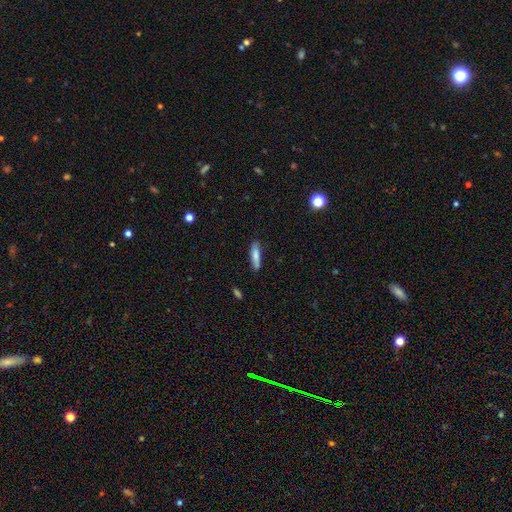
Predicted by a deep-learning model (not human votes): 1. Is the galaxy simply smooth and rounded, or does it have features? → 77% smooth, 16% featured or disk, 7% star or artifact.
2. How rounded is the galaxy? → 76% cigar-shaped, 22% in between, 2% round.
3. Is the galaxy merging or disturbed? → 82% none, 14% minor disturbance, 2% major disturbance, 2% merger.